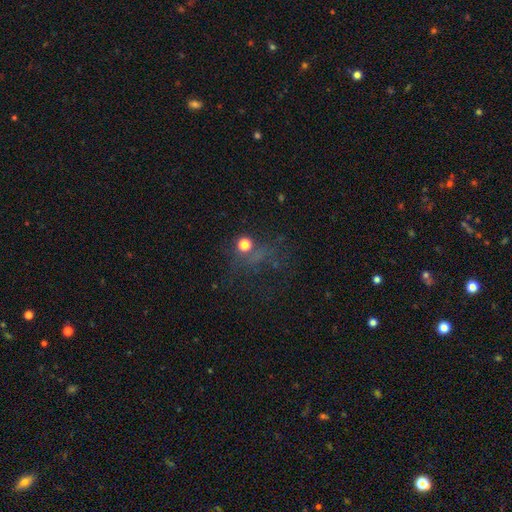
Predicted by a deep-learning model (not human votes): Q: Smooth or featured?
A: star or artifact (47%); runner-up: smooth (32%)